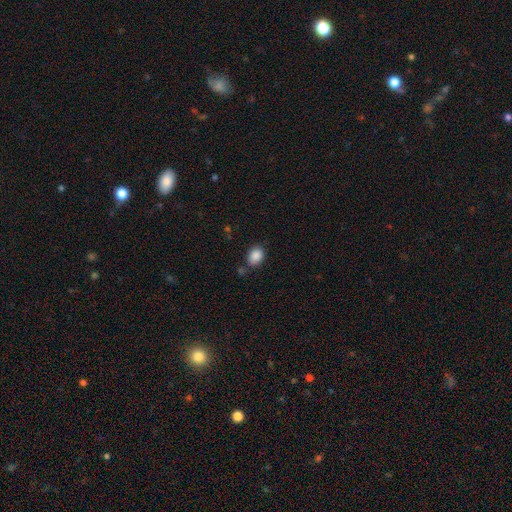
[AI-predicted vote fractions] Smooth or featured: smooth — 88% (star or artifact — 8%)
How rounded: in between — 65% (round — 34%)
Merging: none — 75% (minor disturbance — 15%)